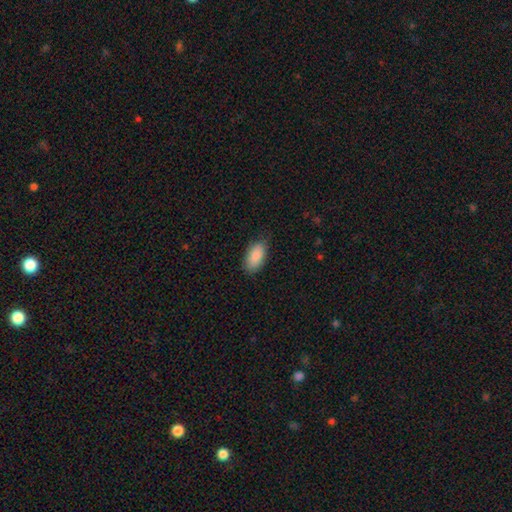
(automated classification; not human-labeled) Smooth or featured?
  - smooth: 89% *
  - star or artifact: 6%
  - featured or disk: 5%
How rounded?
  - in between: 93% *
  - cigar-shaped: 4%
  - round: 3%
Merging?
  - none: 81% *
  - minor disturbance: 15%
  - major disturbance: 3%
  - merger: 1%